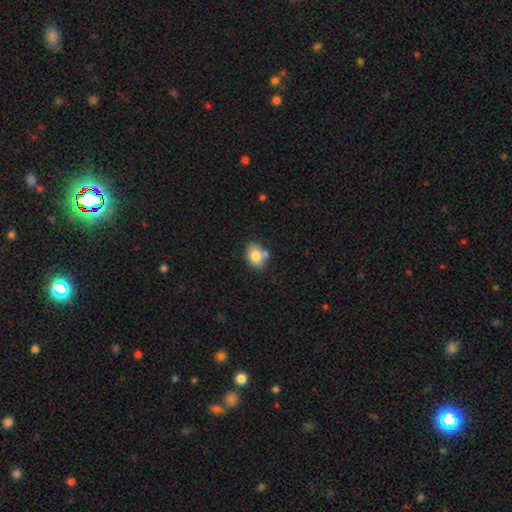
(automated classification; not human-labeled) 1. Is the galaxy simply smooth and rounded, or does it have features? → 80% smooth, 12% featured or disk, 8% star or artifact.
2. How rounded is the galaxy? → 73% in between, 26% round, 1% cigar-shaped.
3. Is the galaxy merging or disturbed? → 64% none, 16% merger, 16% minor disturbance, 4% major disturbance.